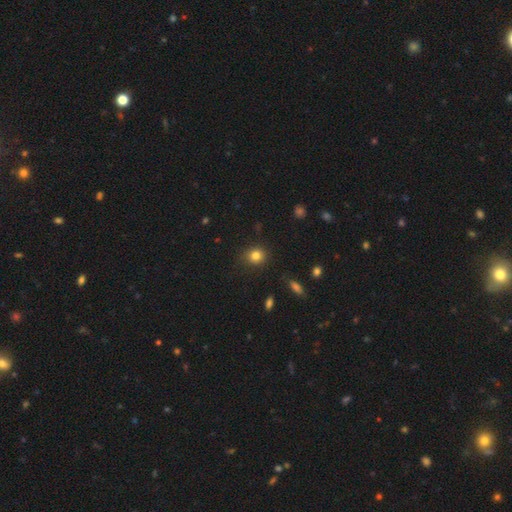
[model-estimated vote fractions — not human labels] Overall: smooth (82%). How rounded: round (80%). Merging: none (87%).